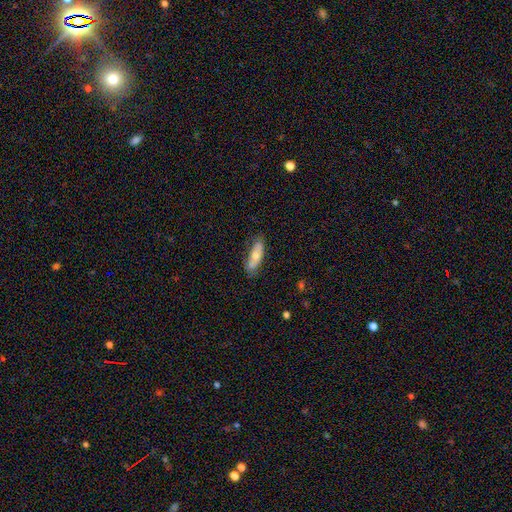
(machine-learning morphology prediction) This appears to be a smooth galaxy with no disk features (63%) that is in between round and cigar-shaped (57%). Merging: none (75%).